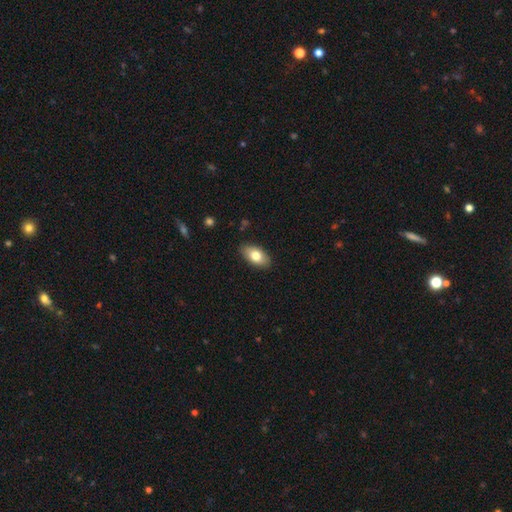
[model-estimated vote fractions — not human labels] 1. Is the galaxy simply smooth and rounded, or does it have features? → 78% smooth, 15% featured or disk, 6% star or artifact.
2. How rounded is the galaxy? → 93% in between, 4% round, 3% cigar-shaped.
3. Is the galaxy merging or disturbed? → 87% none, 10% minor disturbance, 2% major disturbance, 1% merger.